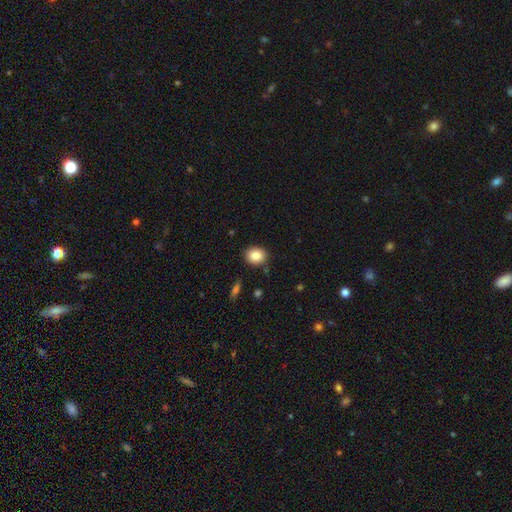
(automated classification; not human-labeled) smooth_or_featured: smooth (p=0.85) [alt: star or artifact p=0.08]
how_rounded: round (p=0.58) [alt: in between p=0.40]
merging: none (p=0.87) [alt: minor disturbance p=0.09]